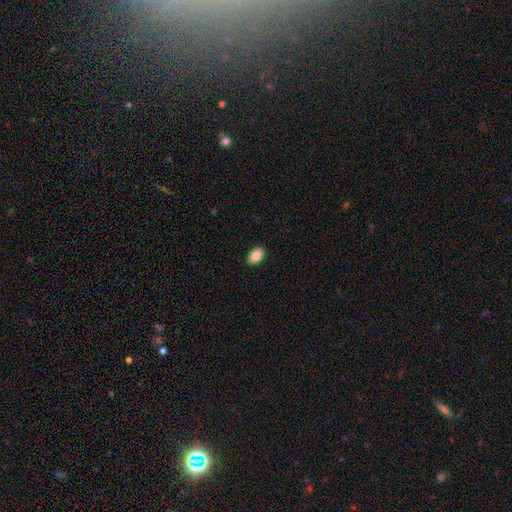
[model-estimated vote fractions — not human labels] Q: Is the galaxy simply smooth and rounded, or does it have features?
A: smooth — 86%.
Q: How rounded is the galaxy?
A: in between — 91%.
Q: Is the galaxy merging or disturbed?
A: none — 90%.